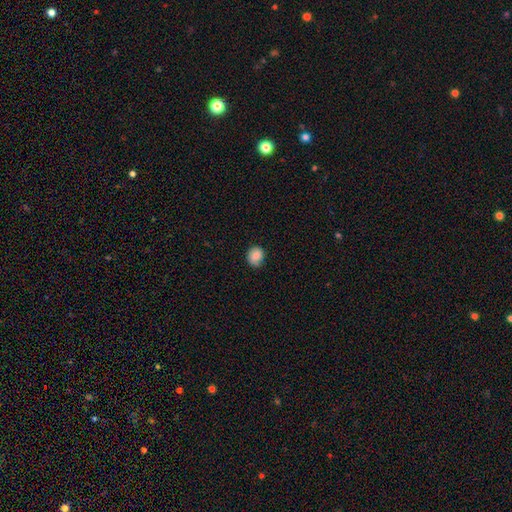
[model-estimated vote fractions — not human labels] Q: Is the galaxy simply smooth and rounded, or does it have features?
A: smooth — 84%.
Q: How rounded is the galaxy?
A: round — 68%.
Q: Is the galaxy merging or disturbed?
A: none — 76%.